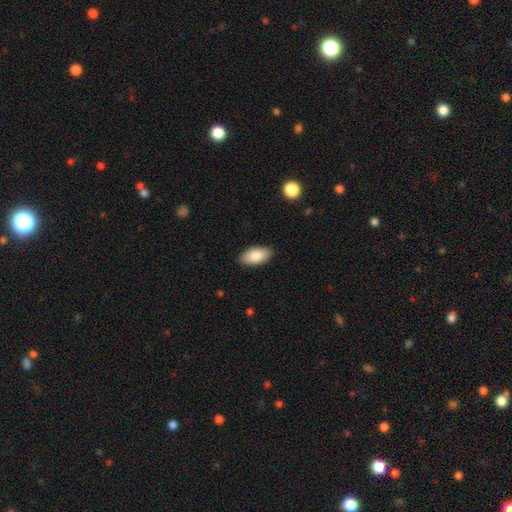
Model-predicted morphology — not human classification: Smooth or featured? Predicted: smooth (p=0.82). How rounded? Predicted: in between (p=0.94). Merging? Predicted: none (p=0.88).